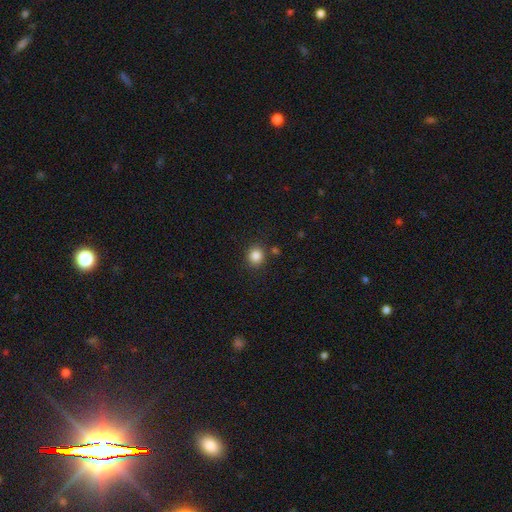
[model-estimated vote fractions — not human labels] This is clearly a smooth galaxy (85%). How rounded: clearly round (84%). Merging: clearly none (85%).